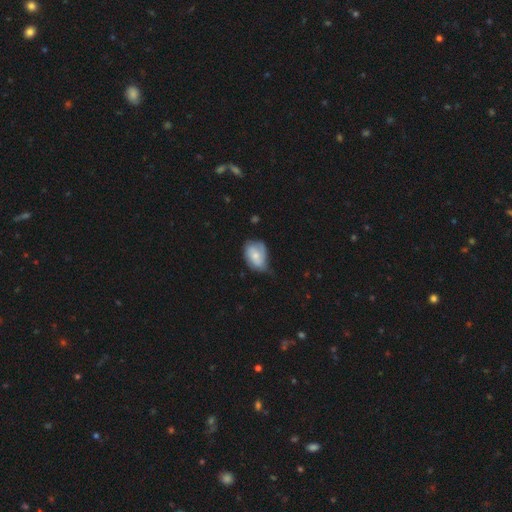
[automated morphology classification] This appears to be a smooth galaxy with no disk features (60%) that is in between round and cigar-shaped (75%). Merging: minor disturbance (46%).